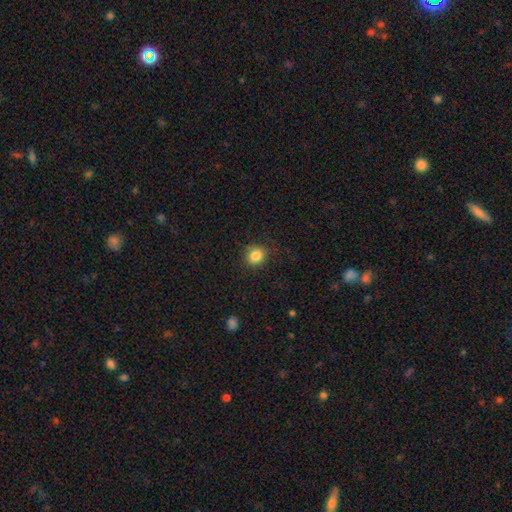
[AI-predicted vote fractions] Smooth or featured?
  - smooth: 85% *
  - star or artifact: 11%
  - featured or disk: 5%
How rounded?
  - round: 81% *
  - in between: 19%
  - cigar-shaped: 1%
Merging?
  - none: 87% *
  - minor disturbance: 9%
  - major disturbance: 3%
  - merger: 1%